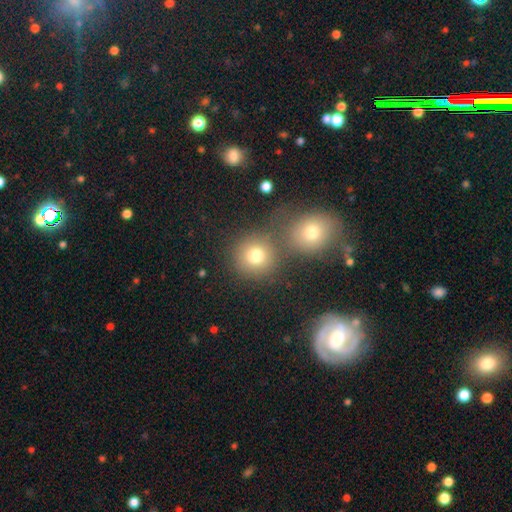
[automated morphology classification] Overall: smooth (78%). How rounded: round (89%). Merging: none (63%; merger 25%).